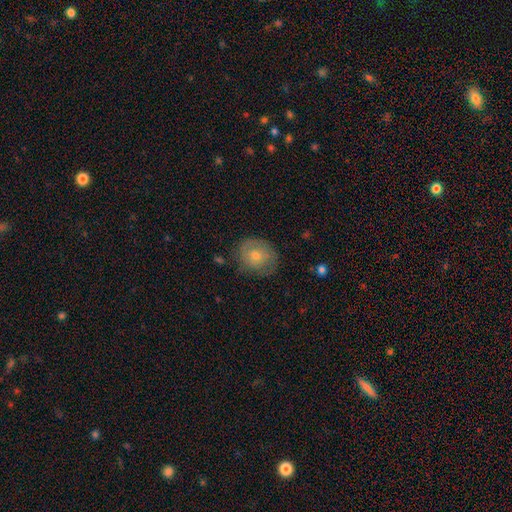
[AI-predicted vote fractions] Smooth or featured?
  - smooth: 57% *
  - featured or disk: 34%
  - star or artifact: 9%
How rounded?
  - round: 70% *
  - in between: 29%
  - cigar-shaped: 1%
Merging?
  - none: 73% *
  - minor disturbance: 20%
  - major disturbance: 6%
  - merger: 1%